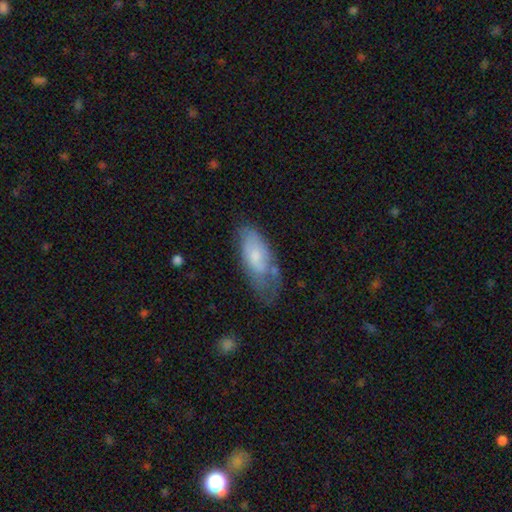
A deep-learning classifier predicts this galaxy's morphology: smooth_or_featured: smooth (p=0.63) [alt: featured or disk p=0.30]
how_rounded: in between (p=0.83) [alt: cigar-shaped p=0.15]
merging: none (p=0.36) [alt: minor disturbance p=0.35]